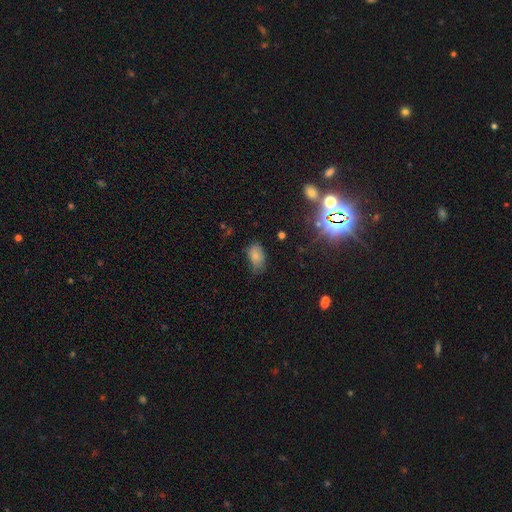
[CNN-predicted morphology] This is likely a smooth galaxy (70%). How rounded: clearly in between (88%). Merging: possibly none (49%).